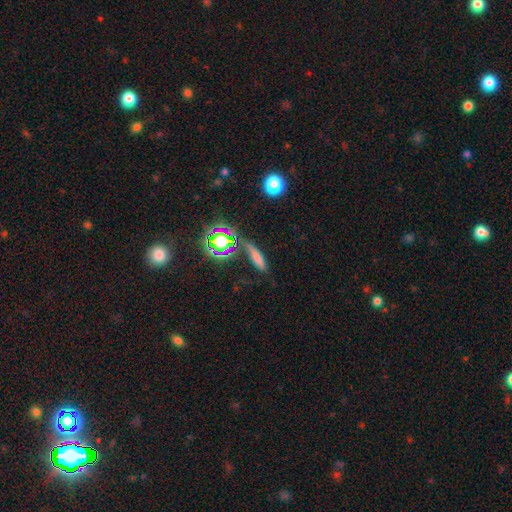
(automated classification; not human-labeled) Morphology: type=smooth (64%); roundness=cigar-shaped (70%); merging=none (64%).